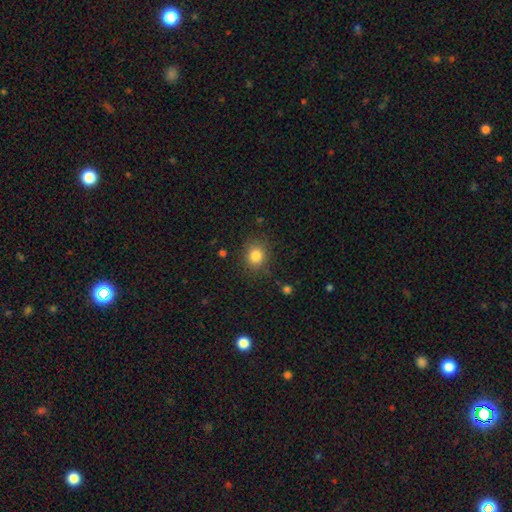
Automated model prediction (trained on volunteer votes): Overall: smooth (82%). How rounded: round (79%). Merging: none (84%).